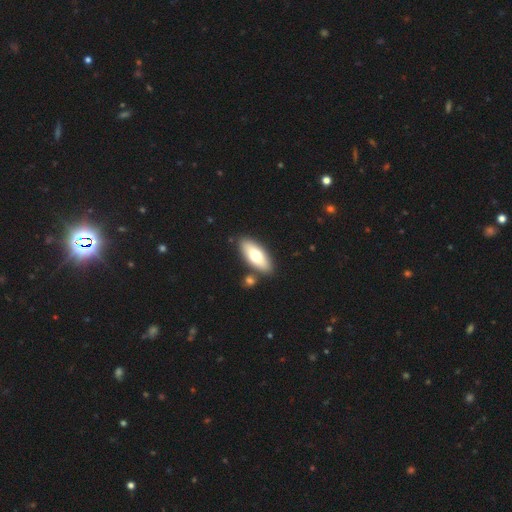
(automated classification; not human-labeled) The model was most divided on "smooth or featured": smooth: 66%, featured or disk: 28%, star or artifact: 6%. More confident: merging — none (82%); how rounded — in between (78%).